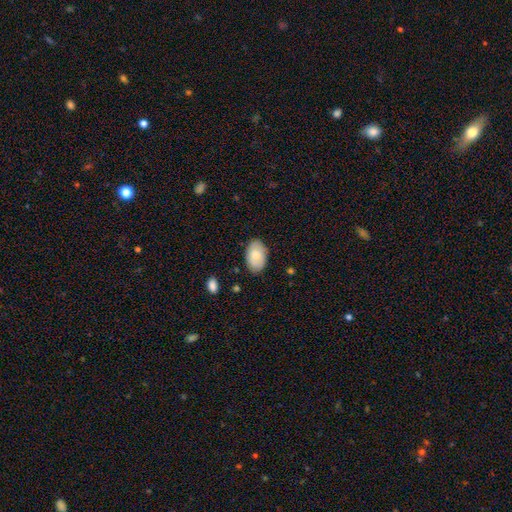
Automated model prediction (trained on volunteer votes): Smooth or featured?
  - smooth: 82% *
  - featured or disk: 13%
  - star or artifact: 6%
How rounded?
  - in between: 93% *
  - round: 6%
  - cigar-shaped: 1%
Merging?
  - none: 84% *
  - minor disturbance: 12%
  - major disturbance: 2%
  - merger: 1%